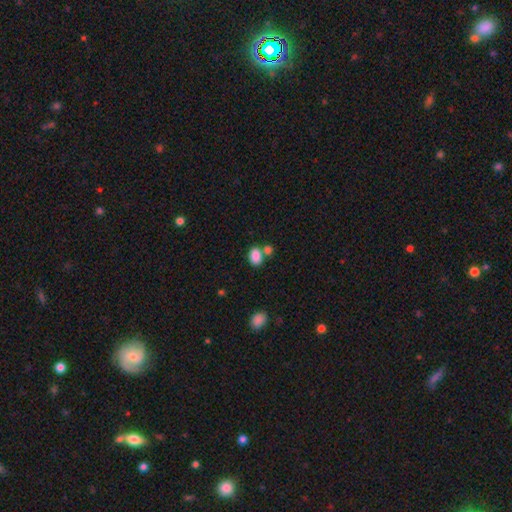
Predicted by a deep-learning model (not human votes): Smooth or featured? smooth (86%)
How rounded? in between (76%)
Merging? none (54%)